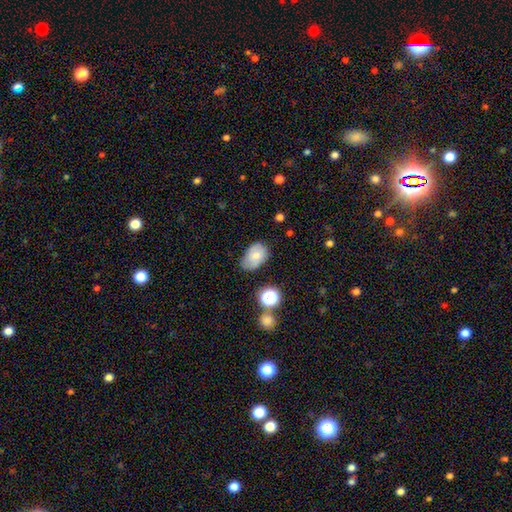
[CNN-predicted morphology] Q: Smooth or featured?
A: smooth (72%); runner-up: featured or disk (17%)
Q: How rounded?
A: in between (83%); runner-up: round (16%)
Q: Merging?
A: none (55%); runner-up: minor disturbance (33%)